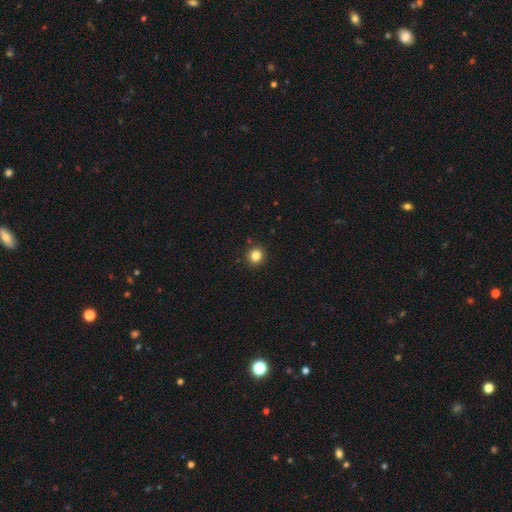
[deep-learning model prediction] smooth 84%, star or artifact 12%, featured or disk 5%. Down the decision tree: how rounded — round (90%); merging — none (92%).